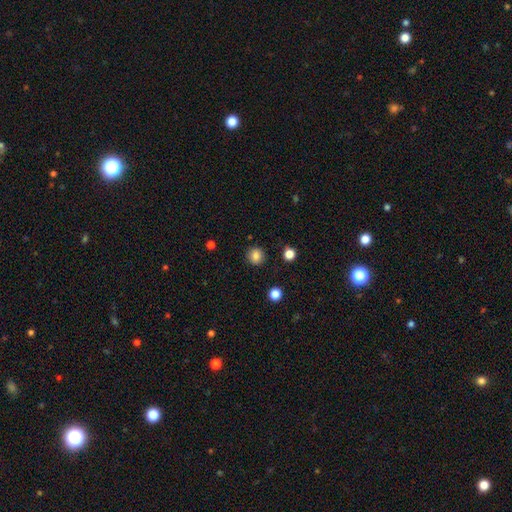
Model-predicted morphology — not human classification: Smooth or featured? Predicted: smooth (p=0.84). How rounded? Predicted: round (p=0.90). Merging? Predicted: none (p=0.90).